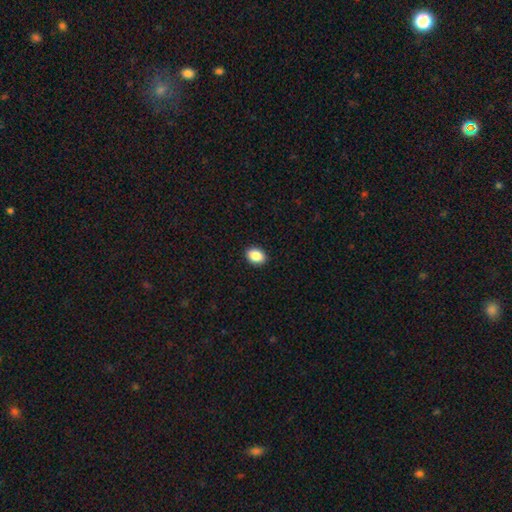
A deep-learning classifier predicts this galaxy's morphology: This is clearly a smooth galaxy (88%). How rounded: likely in between (72%). Merging: clearly none (91%).